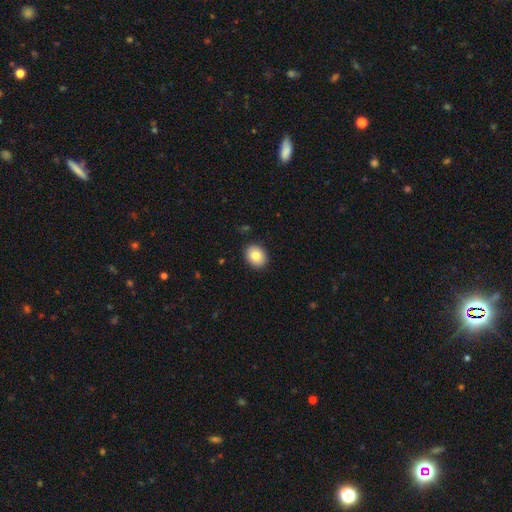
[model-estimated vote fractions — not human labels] This appears to be a smooth galaxy with no disk features (82%) that is round (55%). Merging: none (90%).